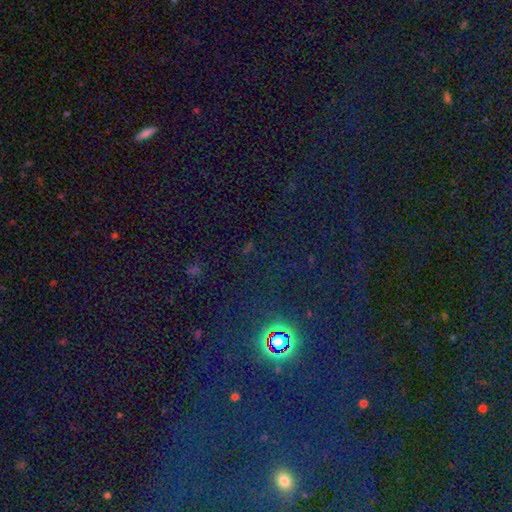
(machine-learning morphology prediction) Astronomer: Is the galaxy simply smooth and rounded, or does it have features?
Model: star or artifact — 77%.